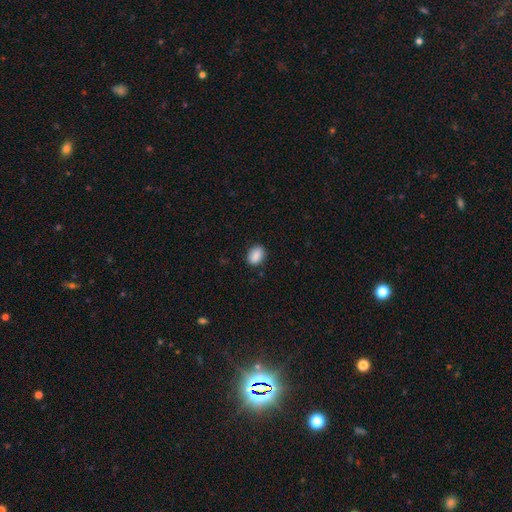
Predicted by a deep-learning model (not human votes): Q: Smooth or featured?
A: smooth (88%); runner-up: star or artifact (8%)
Q: How rounded?
A: in between (73%); runner-up: round (26%)
Q: Merging?
A: none (85%); runner-up: minor disturbance (11%)